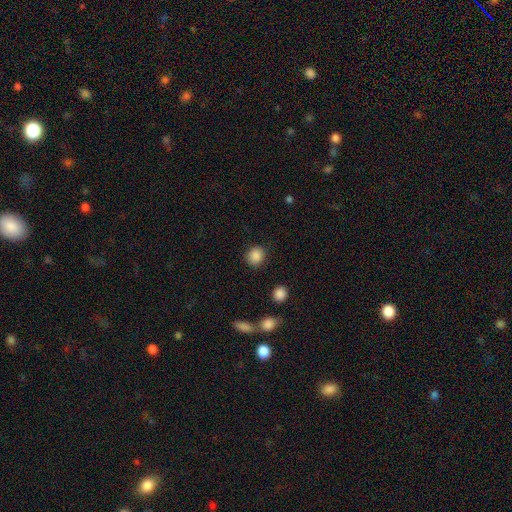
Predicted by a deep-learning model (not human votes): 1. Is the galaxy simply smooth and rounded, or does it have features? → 87% smooth, 10% star or artifact, 3% featured or disk.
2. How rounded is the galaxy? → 82% round, 17% in between, 1% cigar-shaped.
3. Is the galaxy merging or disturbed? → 87% none, 8% minor disturbance, 3% major disturbance, 2% merger.